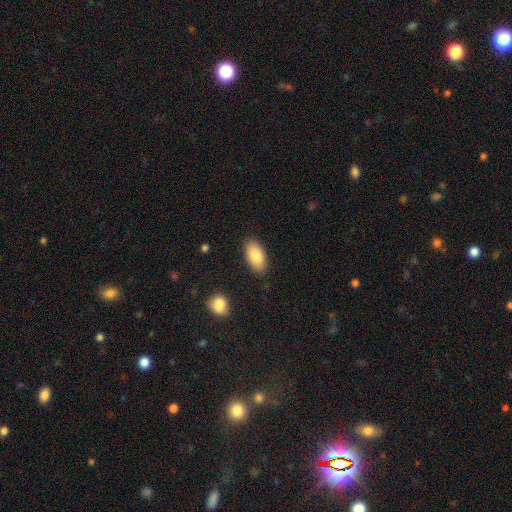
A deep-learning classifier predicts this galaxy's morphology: smooth 86%, featured or disk 8%, star or artifact 6%. Down the decision tree: how rounded — in between (94%); merging — none (86%).